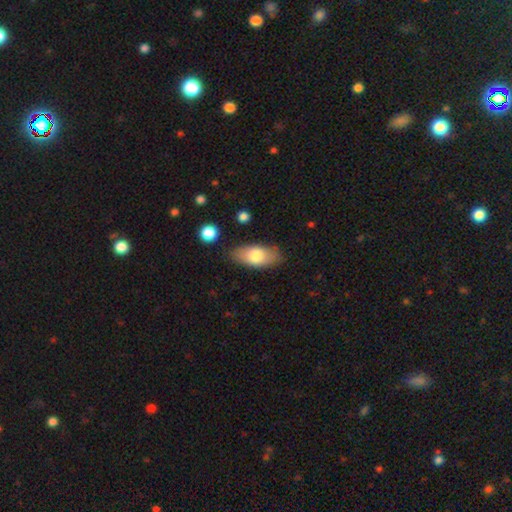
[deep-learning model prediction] Morphology: type=smooth (76%); roundness=in between (88%); merging=none (80%).